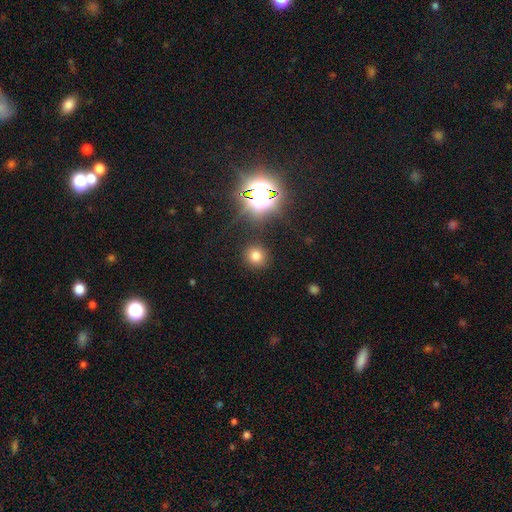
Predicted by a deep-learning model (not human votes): This appears to be a smooth galaxy with no disk features (71%) that is round (88%). Merging: none (87%).